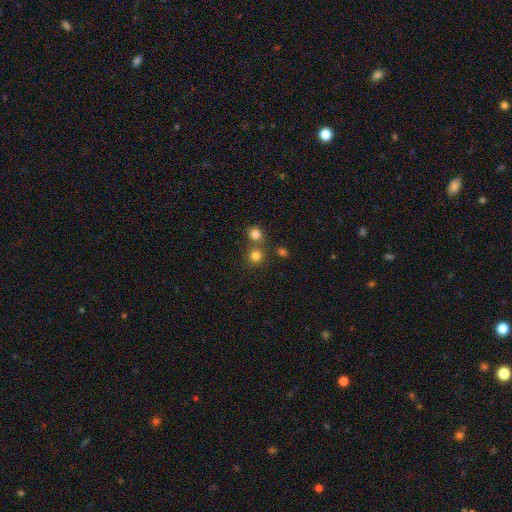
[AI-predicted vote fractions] smooth 79%, star or artifact 15%, featured or disk 6%. Down the decision tree: how rounded — round (89%); merging — none (65%).